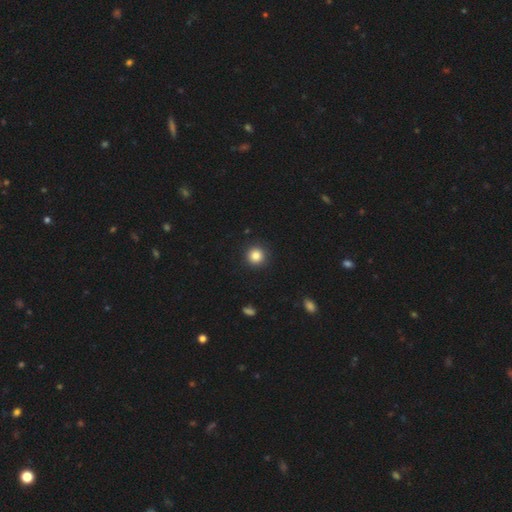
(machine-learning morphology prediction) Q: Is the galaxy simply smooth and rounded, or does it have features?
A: smooth — 84%.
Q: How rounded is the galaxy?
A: round — 95%.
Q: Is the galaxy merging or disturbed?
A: none — 91%.